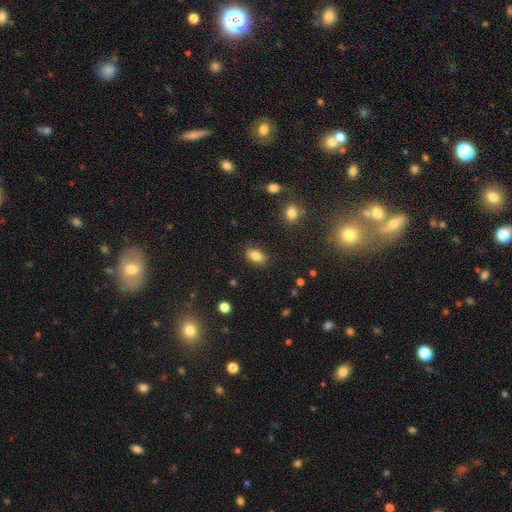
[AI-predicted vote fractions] Morphology: type=smooth (84%); roundness=in between (88%); merging=none (84%).